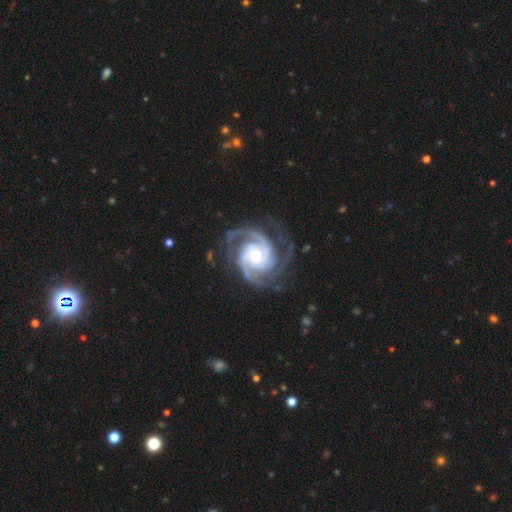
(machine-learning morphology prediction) The model was most divided on "spiral winding": tight: 60%, medium: 36%, loose: 4%. Remaining: spiral arms — yes (99%); edge-on disk — no (98%); smooth or featured — featured or disk (94%); merging — none (74%); bar — no (64%); bulge size — moderate (57%); spiral arm count — 3 (48%).